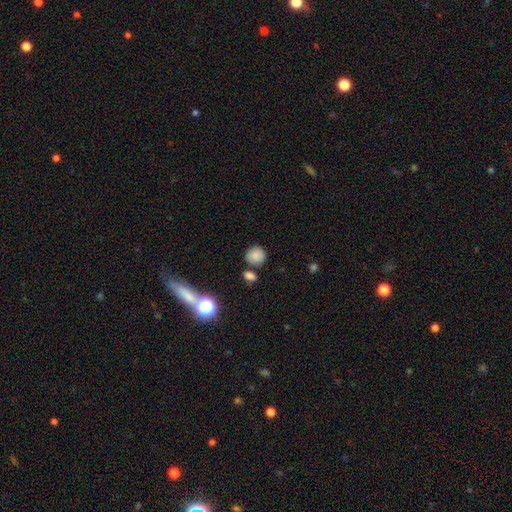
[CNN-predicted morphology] Smooth or featured? smooth (82%)
How rounded? round (83%)
Merging? none (72%)